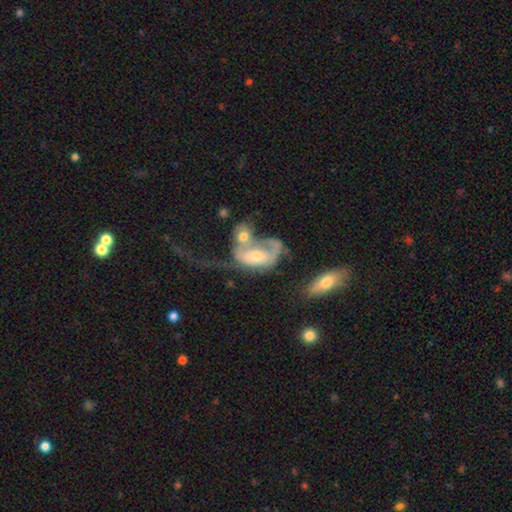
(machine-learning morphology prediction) A featured or disk galaxy (59%) with no bar (72%), spiral arms (52%) and a moderate central bulge (48%).

Vote fractions:
- Smooth or featured? featured or disk: 59% / smooth: 33% / star or artifact: 8%
- Edge-on disk? no: 93% / yes: 7%
- Bar? no: 72% / weak: 21% / strong: 7%
- Spiral arms? yes: 52% / no: 48%
- Bulge size? moderate: 48% / small: 41% / large: 5% / none: 4% / dominant: 1%
- Merging? merger: 51% / major disturbance: 30% / none: 11% / minor disturbance: 8%